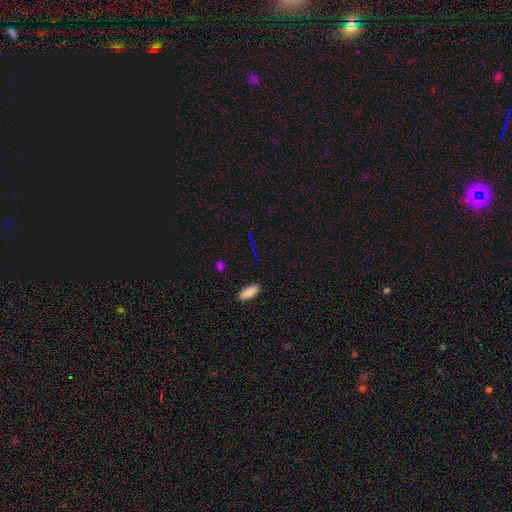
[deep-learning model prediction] Smooth or featured? smooth (57%)
How rounded? in between (52%)
Merging? none (88%)